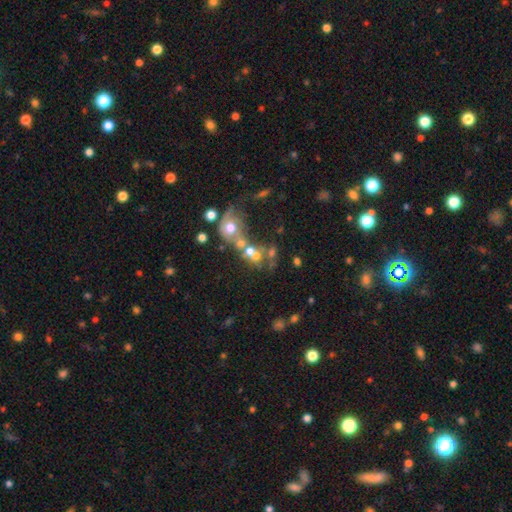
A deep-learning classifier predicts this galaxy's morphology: Q: Smooth or featured?
A: smooth (48%); runner-up: featured or disk (33%)
Q: Merging?
A: merger (54%); runner-up: none (25%)